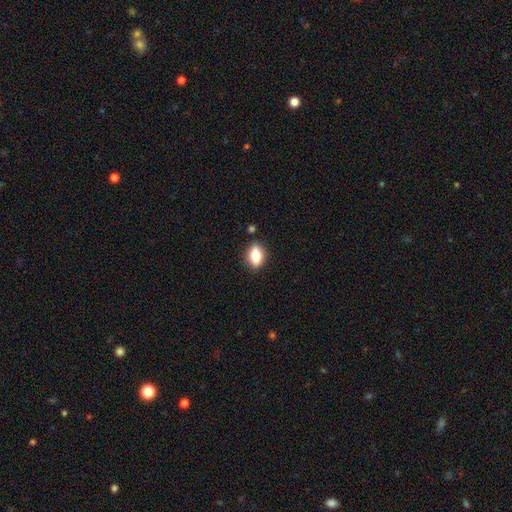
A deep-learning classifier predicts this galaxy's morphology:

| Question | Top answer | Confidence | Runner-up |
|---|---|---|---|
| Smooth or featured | smooth | 75% | featured or disk (17%) |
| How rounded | in between | 79% | round (16%) |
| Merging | none | 84% | minor disturbance (11%) |